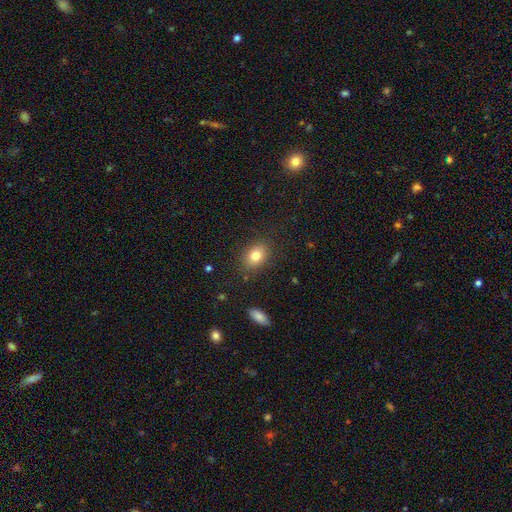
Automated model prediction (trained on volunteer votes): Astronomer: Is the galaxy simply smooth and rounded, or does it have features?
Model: smooth — 80%.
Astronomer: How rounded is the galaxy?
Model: in between — 67%.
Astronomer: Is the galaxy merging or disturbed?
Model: none — 85%.